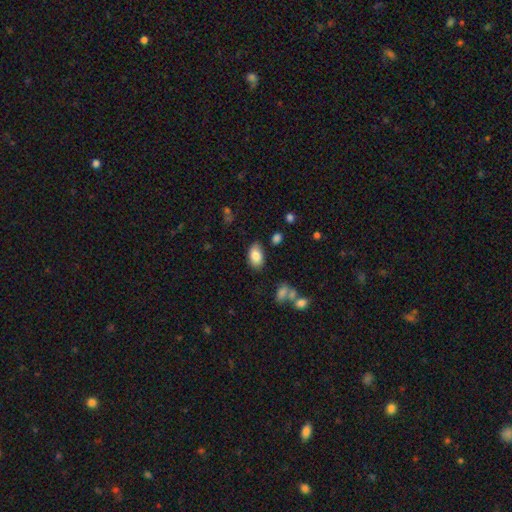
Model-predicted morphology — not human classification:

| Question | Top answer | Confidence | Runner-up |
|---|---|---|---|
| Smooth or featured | smooth | 83% | featured or disk (10%) |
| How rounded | in between | 92% | round (6%) |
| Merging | none | 79% | minor disturbance (15%) |